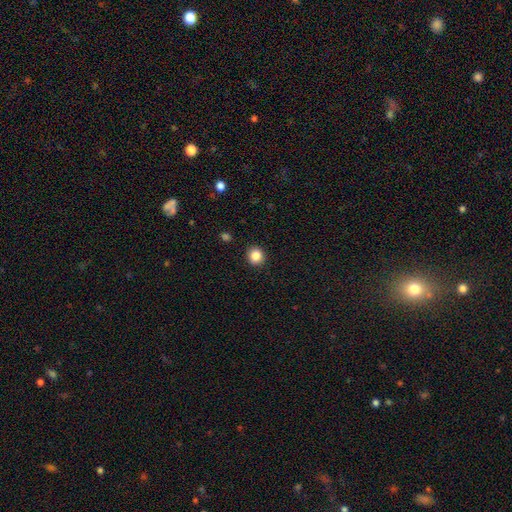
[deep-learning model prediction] A smooth galaxy with no disk features (86%) that is round (87%).

Vote fractions:
- Smooth or featured? smooth: 86% / star or artifact: 10% / featured or disk: 4%
- How rounded? round: 87% / in between: 12% / cigar-shaped: 1%
- Merging? none: 92% / minor disturbance: 5% / major disturbance: 2% / merger: 1%